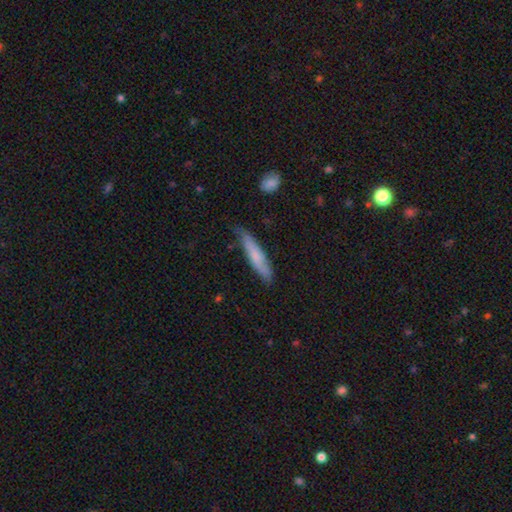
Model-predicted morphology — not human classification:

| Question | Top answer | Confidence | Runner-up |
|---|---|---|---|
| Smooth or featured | smooth | 66% | featured or disk (29%) |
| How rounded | cigar-shaped | 87% | in between (12%) |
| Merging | none | 72% | minor disturbance (23%) |